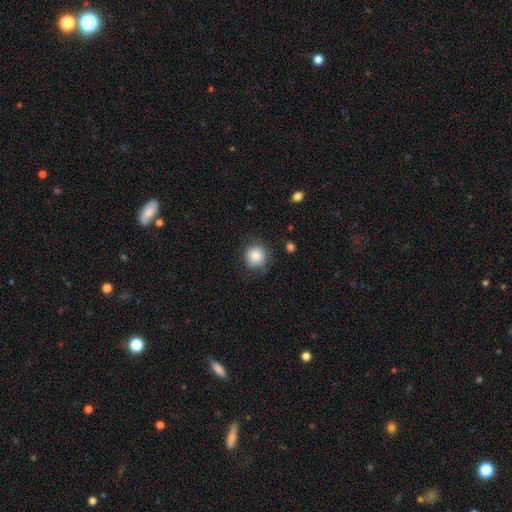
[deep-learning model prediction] Morphology: type=smooth (84%); roundness=round (88%); merging=none (74%).